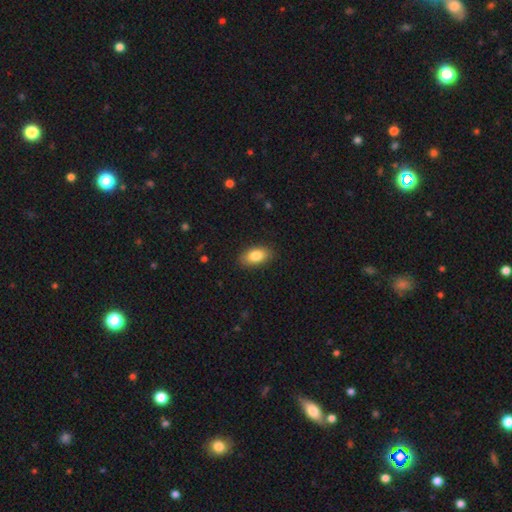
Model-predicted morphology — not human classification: smooth 83%, featured or disk 9%, star or artifact 7%. Down the decision tree: how rounded — in between (91%); merging — none (87%).